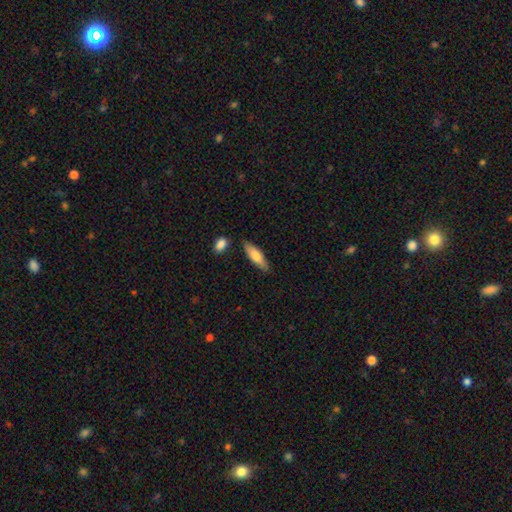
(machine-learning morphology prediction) A smooth galaxy with no disk features (75%) that is cigar-shaped (54%).

Vote fractions:
- Smooth or featured? smooth: 75% / featured or disk: 19% / star or artifact: 5%
- How rounded? cigar-shaped: 54% / in between: 44% / round: 2%
- Merging? none: 81% / minor disturbance: 12% / merger: 5% / major disturbance: 2%